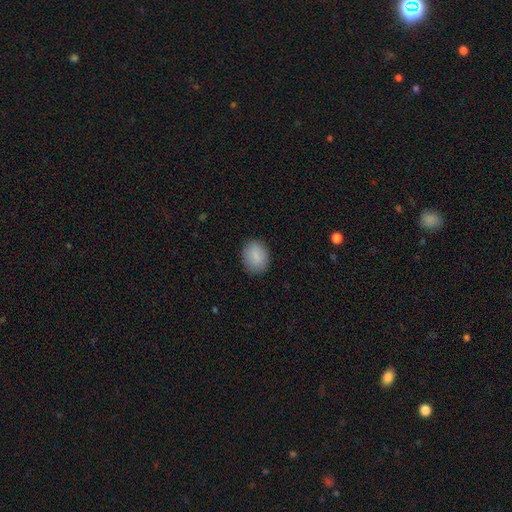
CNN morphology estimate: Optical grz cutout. It shows a smooth galaxy with no disk features (86%) that is in between round and cigar-shaped (57%). Merging: none (87%).